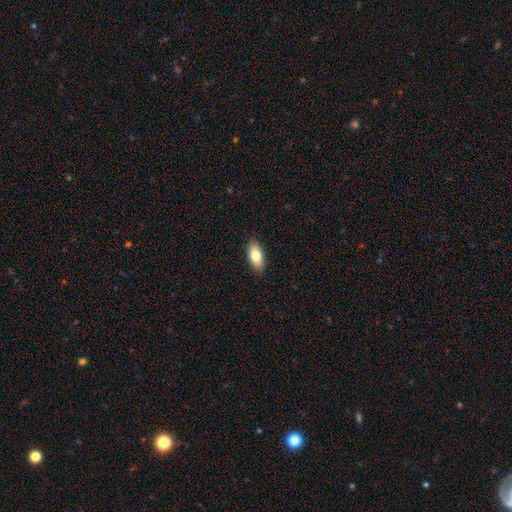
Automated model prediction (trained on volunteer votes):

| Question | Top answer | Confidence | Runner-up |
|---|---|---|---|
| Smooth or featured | smooth | 79% | featured or disk (14%) |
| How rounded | in between | 90% | cigar-shaped (7%) |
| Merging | none | 89% | minor disturbance (8%) |